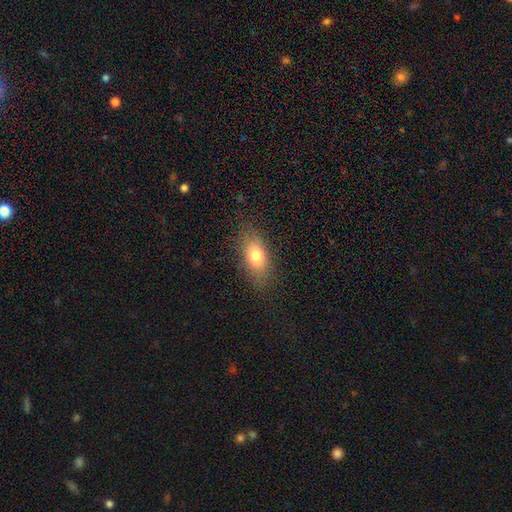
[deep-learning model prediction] smooth_or_featured: smooth (p=0.77) [alt: featured or disk p=0.14]
how_rounded: in between (p=0.82) [alt: cigar-shaped p=0.10]
merging: none (p=0.84) [alt: minor disturbance p=0.11]